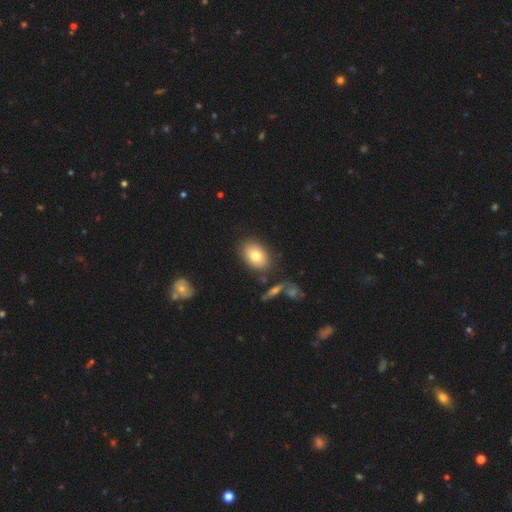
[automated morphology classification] Smooth or featured?
  - smooth: 79% *
  - featured or disk: 13%
  - star or artifact: 8%
How rounded?
  - in between: 82% *
  - round: 16%
  - cigar-shaped: 1%
Merging?
  - none: 82% *
  - minor disturbance: 11%
  - merger: 5%
  - major disturbance: 3%